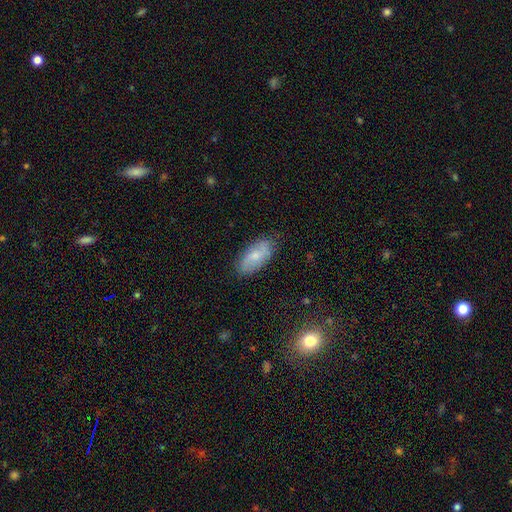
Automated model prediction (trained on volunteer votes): This is likely a smooth galaxy (63%). How rounded: clearly in between (89%). Merging: likely none (80%).